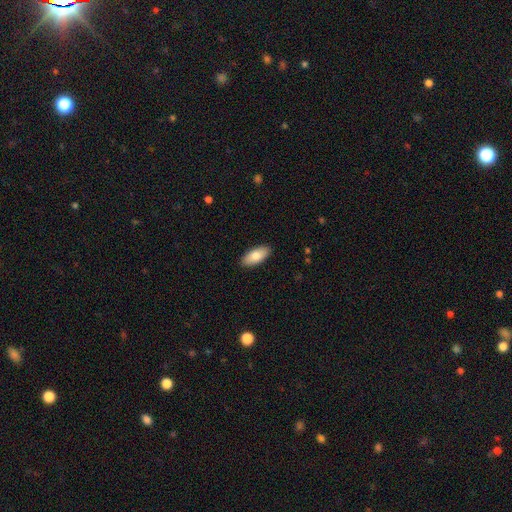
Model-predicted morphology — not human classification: This is clearly a smooth galaxy (81%). How rounded: clearly in between (89%). Merging: clearly none (90%).